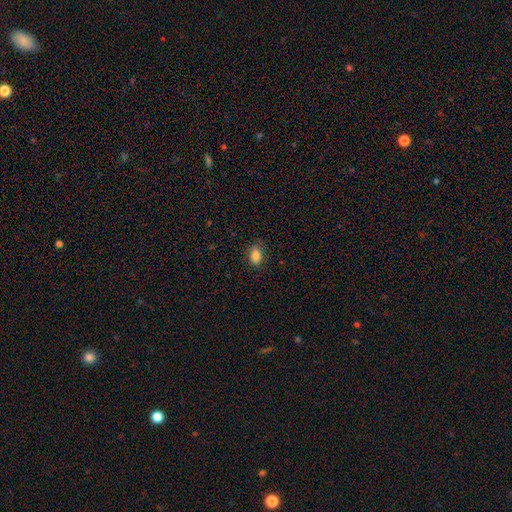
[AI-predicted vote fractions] Smooth or featured: smooth — 86% (star or artifact — 9%)
How rounded: in between — 86% (round — 11%)
Merging: none — 81% (minor disturbance — 15%)